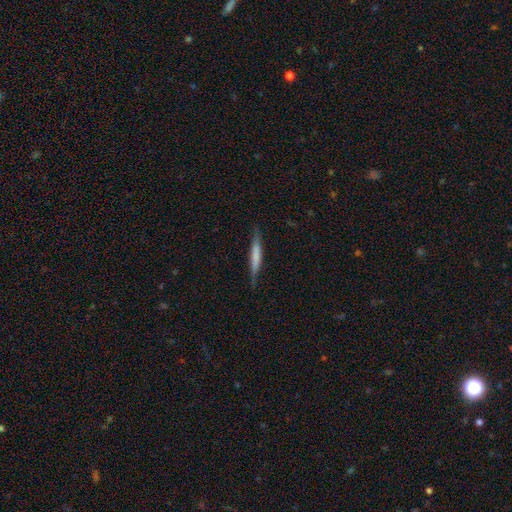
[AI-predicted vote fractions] Smooth or featured?
  - smooth: 56% *
  - featured or disk: 38%
  - star or artifact: 6%
How rounded?
  - cigar-shaped: 94% *
  - in between: 5%
  - round: 1%
Merging?
  - none: 82% *
  - minor disturbance: 14%
  - major disturbance: 3%
  - merger: 1%